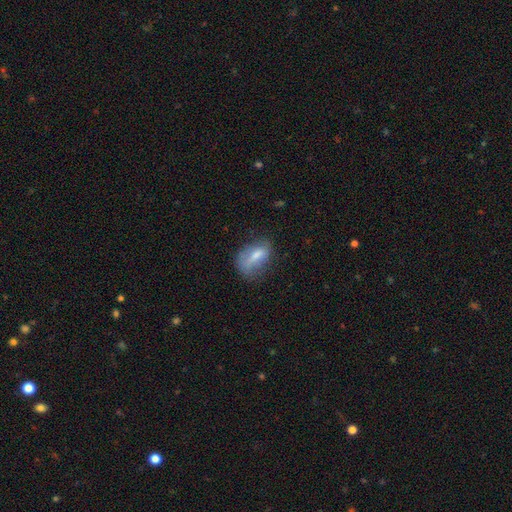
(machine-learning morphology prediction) smooth 62%, featured or disk 29%, star or artifact 9%. Down the decision tree: how rounded — in between (81%); merging — none (46%).